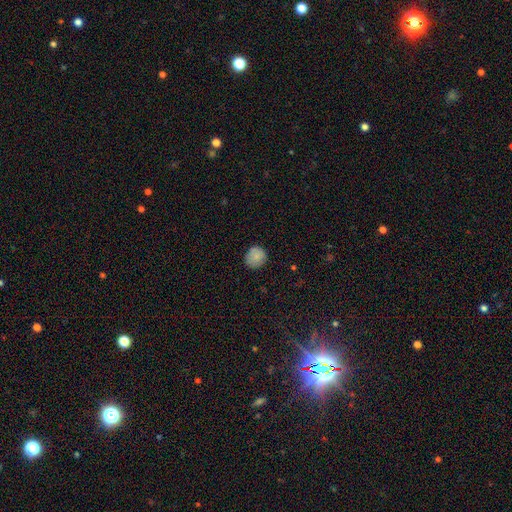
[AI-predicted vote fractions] A smooth galaxy with no disk features (83%) that is round (85%).

Vote fractions:
- Smooth or featured? smooth: 83% / star or artifact: 9% / featured or disk: 8%
- How rounded? round: 85% / in between: 14% / cigar-shaped: 1%
- Merging? none: 82% / minor disturbance: 14% / major disturbance: 3% / merger: 1%